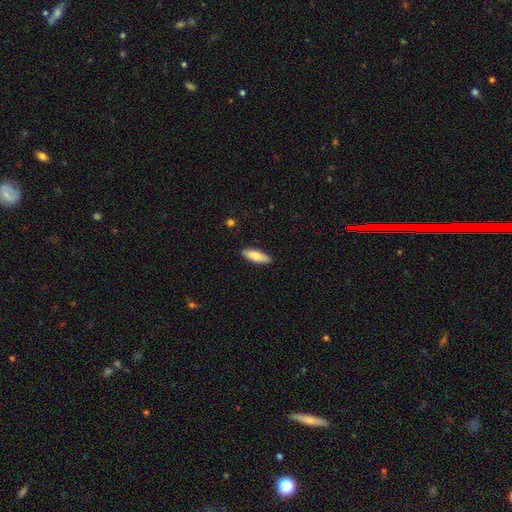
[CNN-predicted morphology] Overall: smooth (83%). How rounded: in between (61%; cigar-shaped 37%). Merging: none (88%).